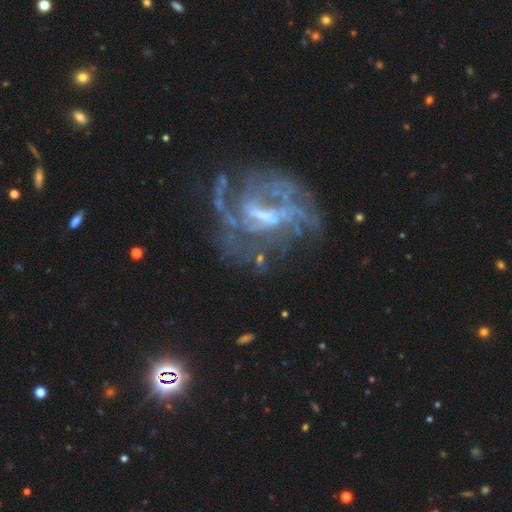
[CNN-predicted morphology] A featured or disk galaxy (83%) with a weak bar (46%), medium (43%) spiral arms (83%) and a small central bulge (35%).

Vote fractions:
- Smooth or featured? featured or disk: 83% / star or artifact: 11% / smooth: 7%
- Edge-on disk? no: 97% / yes: 3%
- Bar? weak: 46% / strong: 34% / no: 20%
- Spiral arms? yes: 83% / no: 17%
- Spiral winding? medium: 43% / tight: 34% / loose: 24%
- Spiral arm count? can't tell: 41% / 2: 19% / 3: 15% / 4: 9% / 1: 8% / more than 4: 7%
- Bulge size? small: 35% / none: 31% / moderate: 29% / large: 4% / dominant: 1%
- Merging? none: 53% / major disturbance: 25% / minor disturbance: 17% / merger: 4%